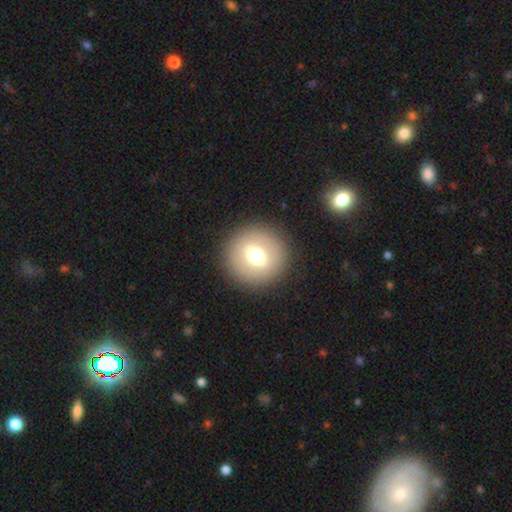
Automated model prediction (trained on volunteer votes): The model was most divided on "smooth or featured": smooth: 56%, featured or disk: 32%, star or artifact: 12%. More confident: how rounded — round (92%); merging — none (90%).